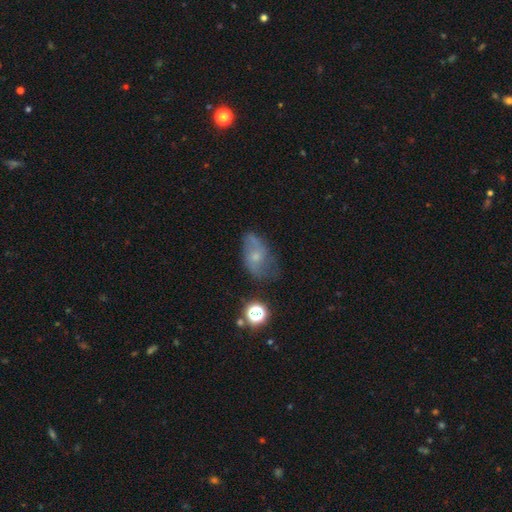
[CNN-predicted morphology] featured or disk 50%, smooth 37%, star or artifact 13%. Down the decision tree: merging — none (54%).